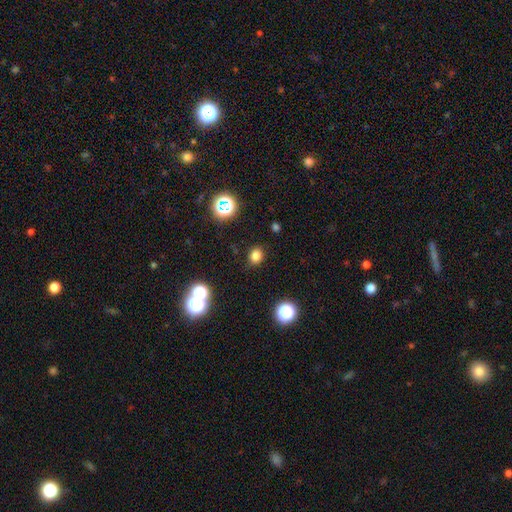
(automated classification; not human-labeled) A smooth galaxy with no disk features (79%) that is round (64%).

Vote fractions:
- Smooth or featured? smooth: 79% / star or artifact: 16% / featured or disk: 5%
- How rounded? round: 64% / in between: 35% / cigar-shaped: 1%
- Merging? none: 88% / minor disturbance: 8% / major disturbance: 3% / merger: 2%